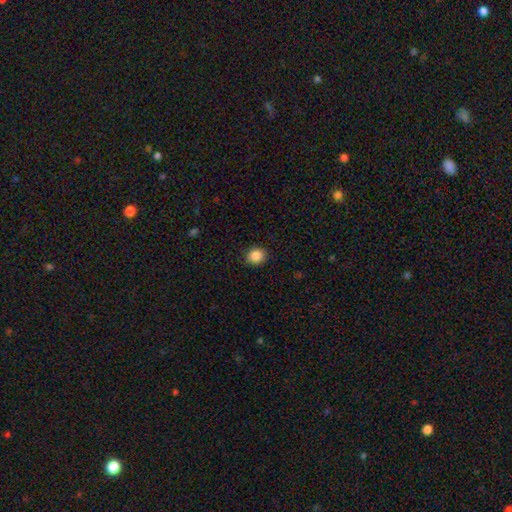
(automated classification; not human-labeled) smooth_or_featured: smooth (p=0.86) [alt: star or artifact p=0.10]
how_rounded: round (p=0.79) [alt: in between p=0.20]
merging: none (p=0.91) [alt: minor disturbance p=0.07]